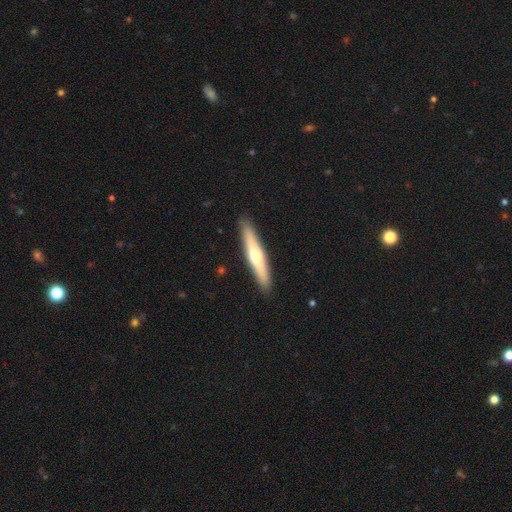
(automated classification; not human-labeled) Smooth or featured: featured or disk — 50% (smooth — 45%)
Edge-on disk: yes — 92% (no — 8%)
Merging: none — 91% (minor disturbance — 6%)